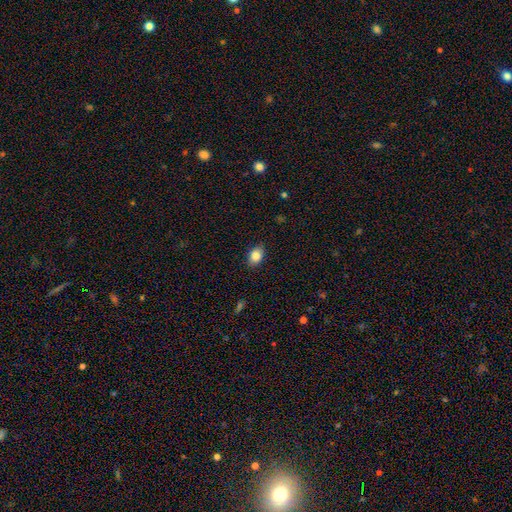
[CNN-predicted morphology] Smooth or featured? smooth (85%)
How rounded? in between (77%)
Merging? none (86%)